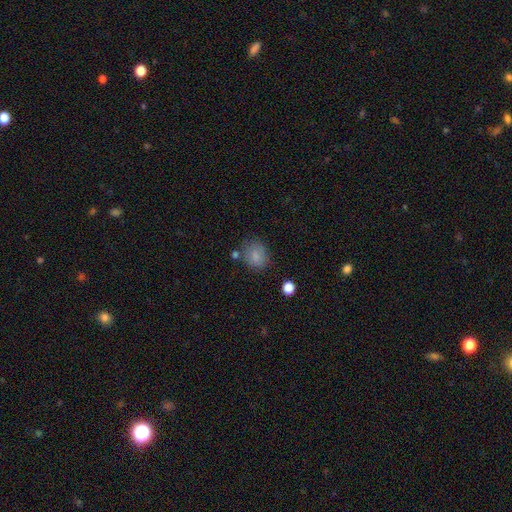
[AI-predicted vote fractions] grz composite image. It shows a smooth galaxy with no disk features (82%) that is round (61%). Merging: none (70%).